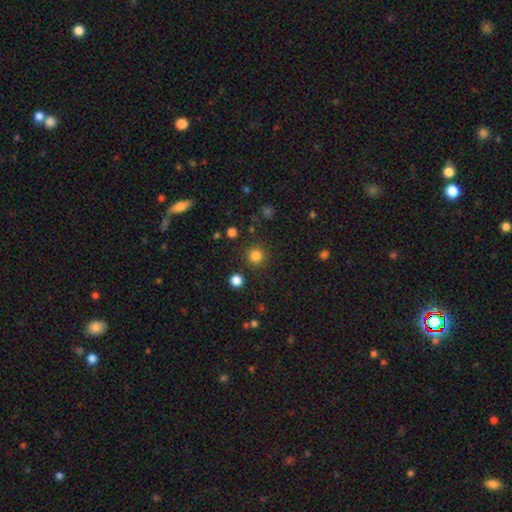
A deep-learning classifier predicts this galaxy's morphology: Smooth or featured? Predicted: smooth (p=0.82). How rounded? Predicted: round (p=0.95). Merging? Predicted: none (p=0.88).